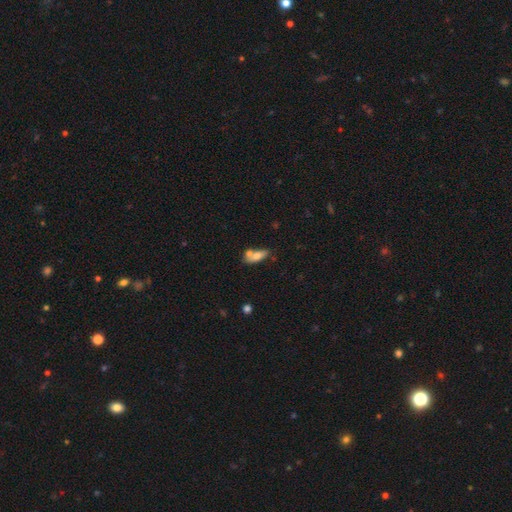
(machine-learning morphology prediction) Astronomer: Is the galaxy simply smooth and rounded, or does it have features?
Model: smooth — 67%.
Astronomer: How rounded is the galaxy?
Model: in between — 74%.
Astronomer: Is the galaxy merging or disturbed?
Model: merger — 40% (runner-up: none, 39%).